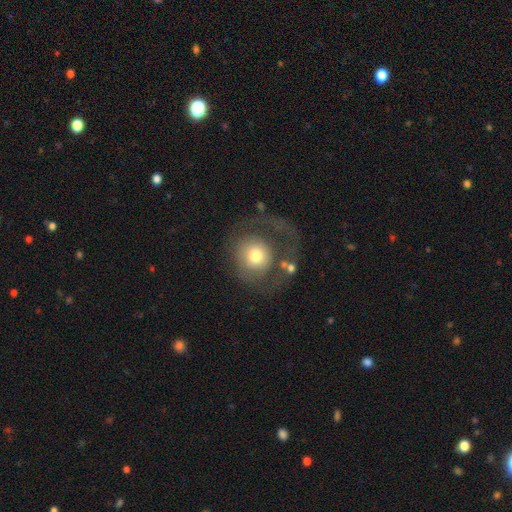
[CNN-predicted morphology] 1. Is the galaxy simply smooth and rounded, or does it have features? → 56% smooth, 35% featured or disk, 8% star or artifact.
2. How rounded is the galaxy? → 85% round, 14% in between, 1% cigar-shaped.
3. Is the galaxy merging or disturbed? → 42% major disturbance, 36% none, 16% minor disturbance, 5% merger.